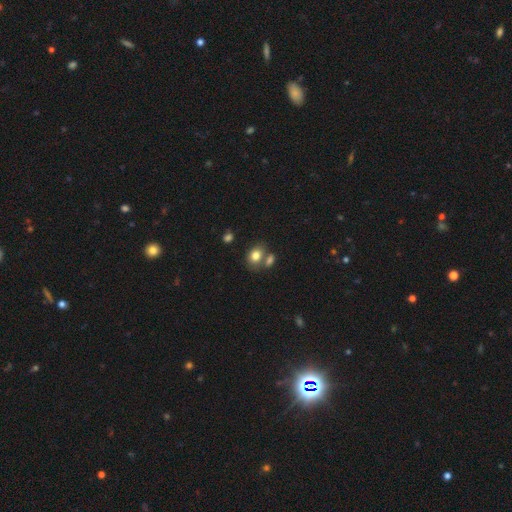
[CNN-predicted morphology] This appears to be a smooth galaxy with no disk features (80%) that is in between round and cigar-shaped (58%). Merging: none (51%).